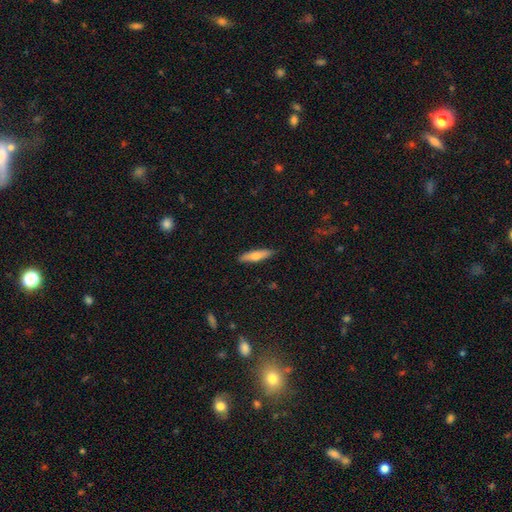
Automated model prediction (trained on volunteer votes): smooth_or_featured: smooth (p=0.62) [alt: featured or disk p=0.33]
how_rounded: cigar-shaped (p=0.81) [alt: in between p=0.17]
merging: none (p=0.88) [alt: minor disturbance p=0.09]